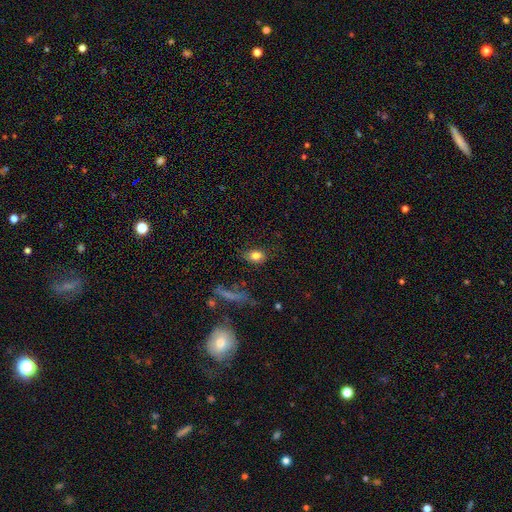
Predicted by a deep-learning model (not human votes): Morphology: type=smooth (80%); roundness=in between (74%); merging=none (77%).